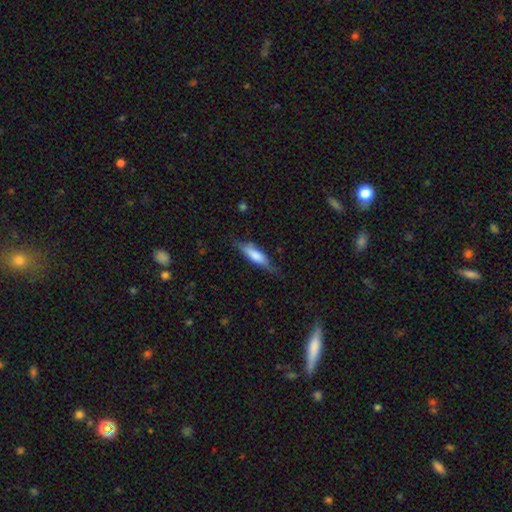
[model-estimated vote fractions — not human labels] smooth 66%, featured or disk 28%, star or artifact 6%. Down the decision tree: how rounded — cigar-shaped (62%); merging — none (67%).